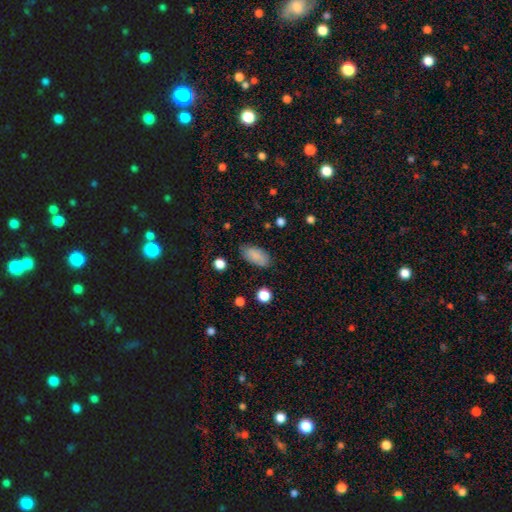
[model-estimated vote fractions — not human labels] Smooth or featured: smooth — 84% (featured or disk — 8%)
How rounded: in between — 92% (cigar-shaped — 5%)
Merging: none — 80% (minor disturbance — 15%)